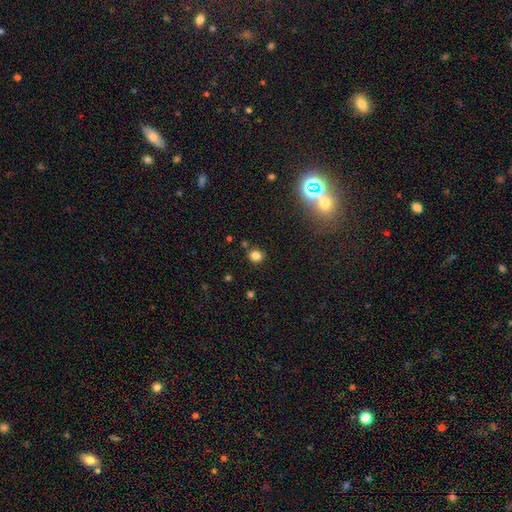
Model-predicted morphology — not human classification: Smooth or featured? Predicted: smooth (p=0.80). How rounded? Predicted: round (p=0.87). Merging? Predicted: none (p=0.84).